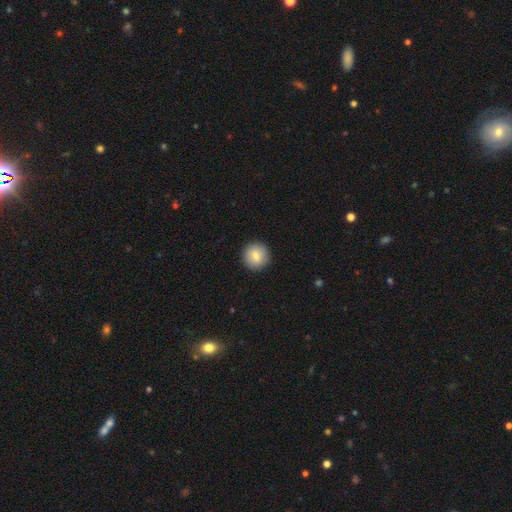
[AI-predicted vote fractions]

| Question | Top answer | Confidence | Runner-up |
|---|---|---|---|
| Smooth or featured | smooth | 81% | featured or disk (12%) |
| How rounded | round | 95% | in between (4%) |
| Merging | none | 92% | minor disturbance (5%) |